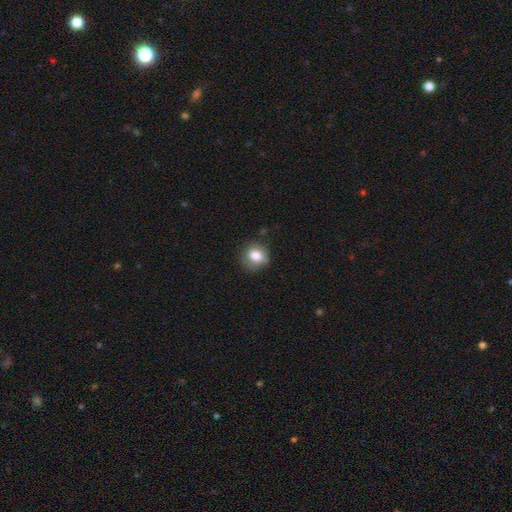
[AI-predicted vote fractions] Smooth or featured?
  - smooth: 78% *
  - featured or disk: 13%
  - star or artifact: 9%
How rounded?
  - round: 76% *
  - in between: 23%
  - cigar-shaped: 1%
Merging?
  - none: 74% *
  - minor disturbance: 19%
  - major disturbance: 5%
  - merger: 2%